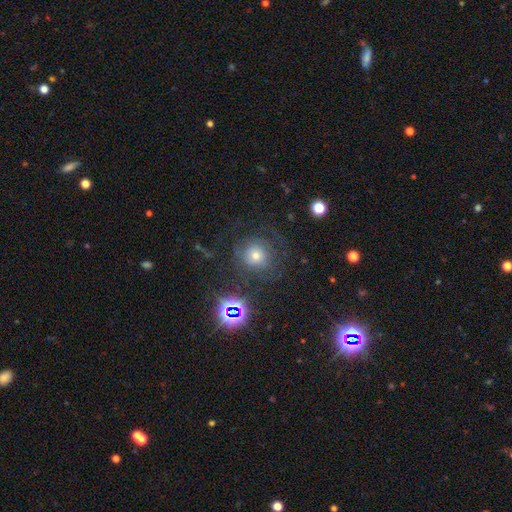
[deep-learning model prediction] This appears to be a smooth galaxy with no disk features (50%) that is round (90%). Merging: none (67%).